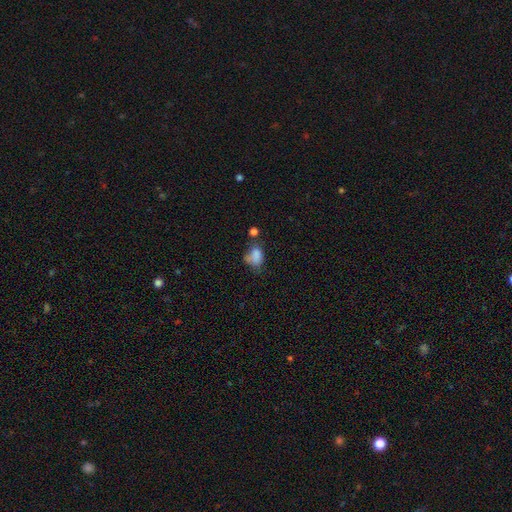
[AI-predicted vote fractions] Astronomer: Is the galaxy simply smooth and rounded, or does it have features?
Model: smooth — 77%.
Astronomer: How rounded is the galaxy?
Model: in between — 76%.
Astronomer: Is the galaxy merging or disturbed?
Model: none — 32% (runner-up: minor disturbance, 30%).